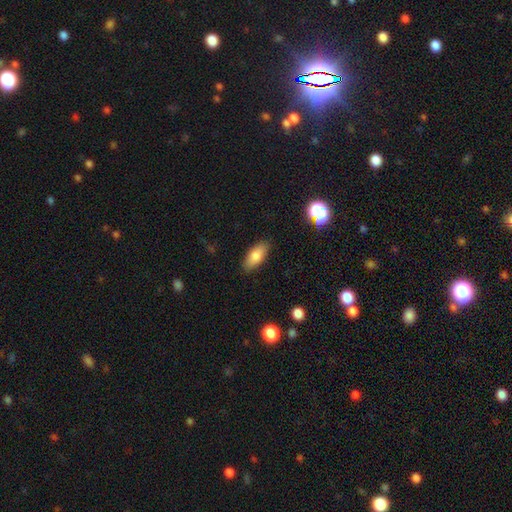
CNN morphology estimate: Overall: smooth (80%). How rounded: in between (82%). Merging: none (86%).